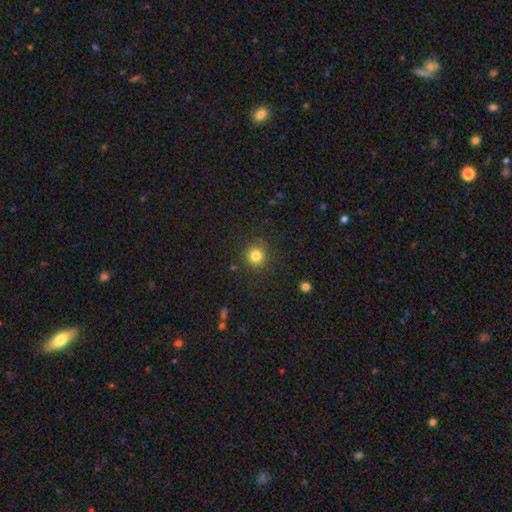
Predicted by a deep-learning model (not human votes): A smooth galaxy with no disk features (82%) that is round (93%).

Vote fractions:
- Smooth or featured? smooth: 82% / star or artifact: 13% / featured or disk: 5%
- How rounded? round: 93% / in between: 6% / cigar-shaped: 1%
- Merging? none: 88% / minor disturbance: 8% / major disturbance: 3% / merger: 2%